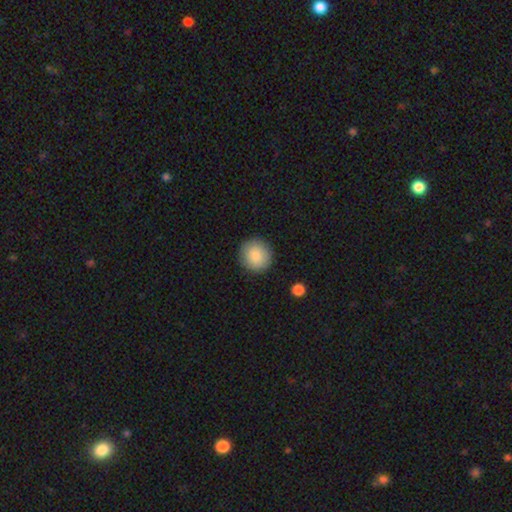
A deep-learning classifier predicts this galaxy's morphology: smooth_or_featured: smooth (p=0.86) [alt: featured or disk p=0.07]
how_rounded: round (p=0.92) [alt: in between p=0.07]
merging: none (p=0.90) [alt: minor disturbance p=0.07]